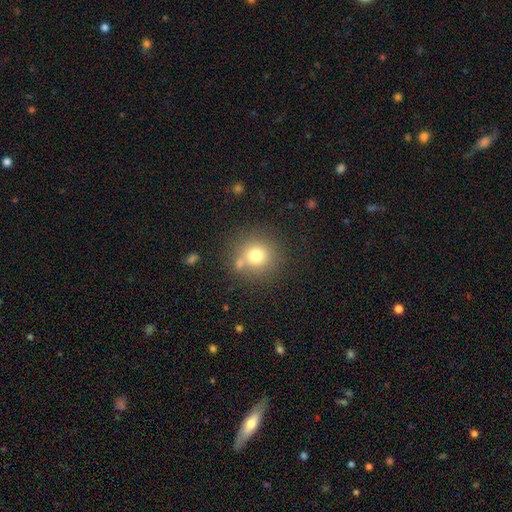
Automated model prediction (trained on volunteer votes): smooth_or_featured: smooth (p=0.75) [alt: star or artifact p=0.13]
how_rounded: round (p=0.92) [alt: in between p=0.07]
merging: none (p=0.71) [alt: merger p=0.14]